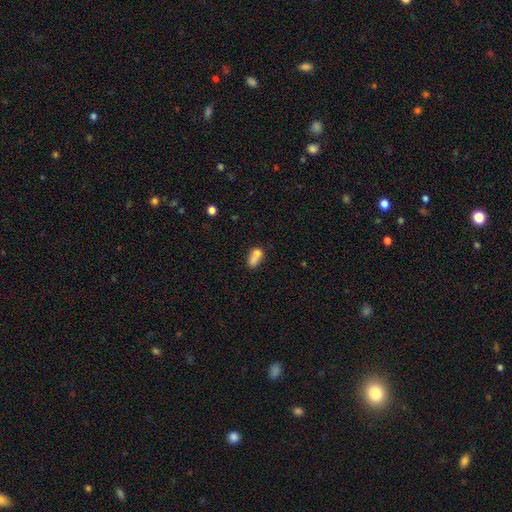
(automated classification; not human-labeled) Q: Smooth or featured?
A: smooth (71%); runner-up: featured or disk (18%)
Q: How rounded?
A: in between (70%); runner-up: round (25%)
Q: Merging?
A: merger (57%); runner-up: none (26%)